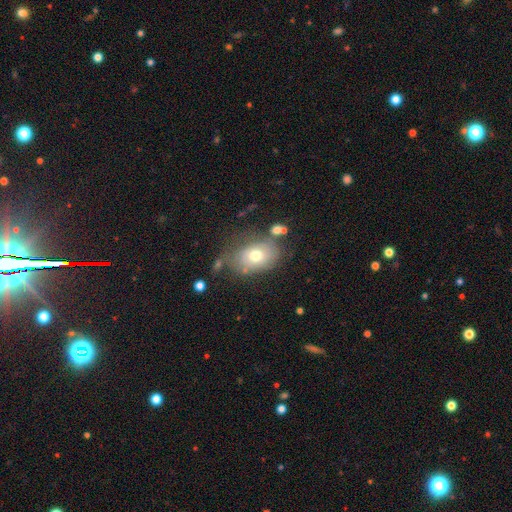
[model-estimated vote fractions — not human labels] Q: Smooth or featured?
A: smooth (64%); runner-up: featured or disk (27%)
Q: How rounded?
A: in between (75%); runner-up: round (24%)
Q: Merging?
A: none (57%); runner-up: minor disturbance (23%)